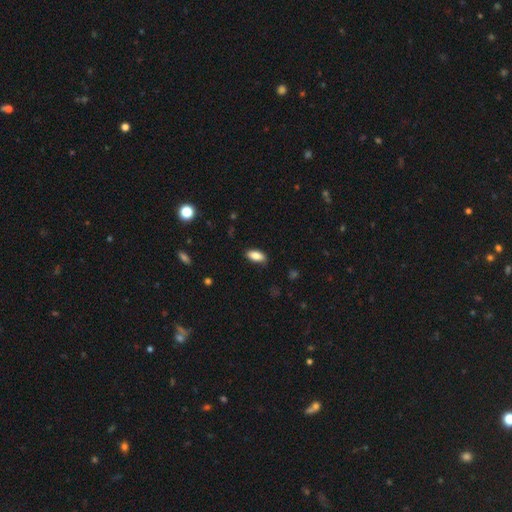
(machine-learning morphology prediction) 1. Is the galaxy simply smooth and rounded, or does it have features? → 84% smooth, 9% featured or disk, 7% star or artifact.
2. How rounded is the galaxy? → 87% in between, 11% cigar-shaped, 3% round.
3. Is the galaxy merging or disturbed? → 82% none, 14% minor disturbance, 3% major disturbance, 1% merger.